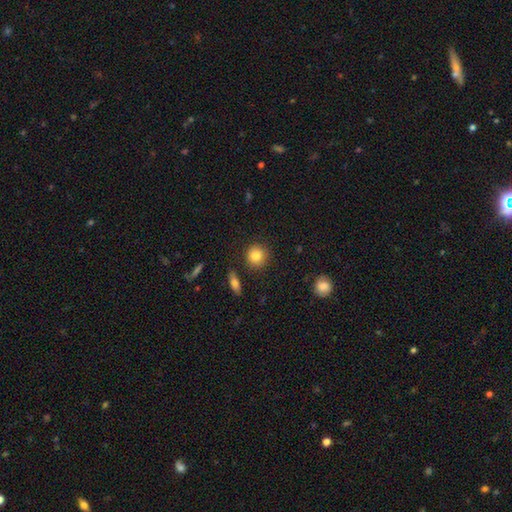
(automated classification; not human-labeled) Overall: smooth (86%). How rounded: round (89%). Merging: none (87%).